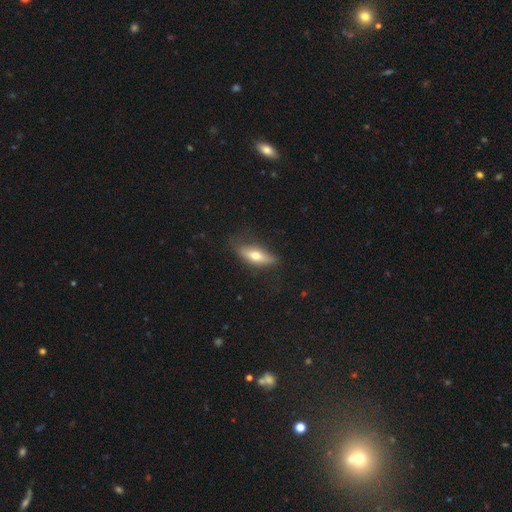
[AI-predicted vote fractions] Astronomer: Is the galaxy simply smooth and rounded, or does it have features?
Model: smooth — 57% (runner-up: featured or disk, 37%).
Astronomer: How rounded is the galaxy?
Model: in between — 57% (runner-up: cigar-shaped, 39%).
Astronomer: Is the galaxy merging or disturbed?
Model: none — 71%.